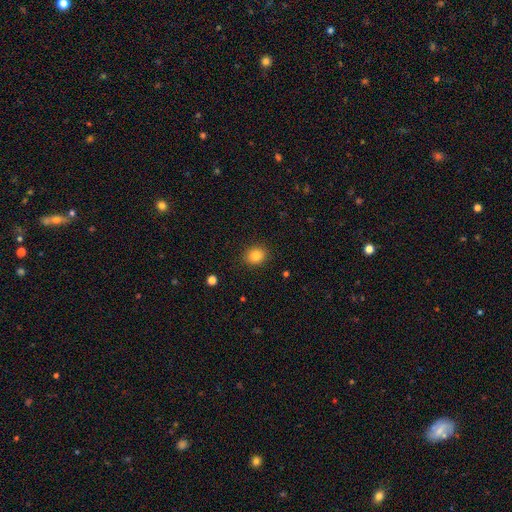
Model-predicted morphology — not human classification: smooth_or_featured: smooth (p=0.84) [alt: star or artifact p=0.10]
how_rounded: round (p=0.66) [alt: in between p=0.33]
merging: none (p=0.90) [alt: minor disturbance p=0.07]